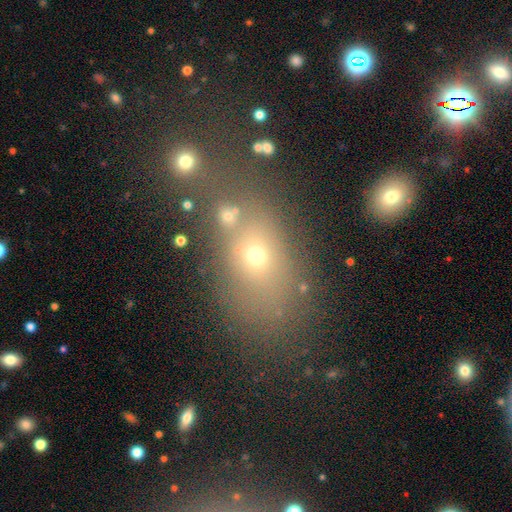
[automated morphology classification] Smooth or featured: smooth — 60% (star or artifact — 23%)
How rounded: in between — 68% (round — 28%)
Merging: none — 59% (merger — 16%)